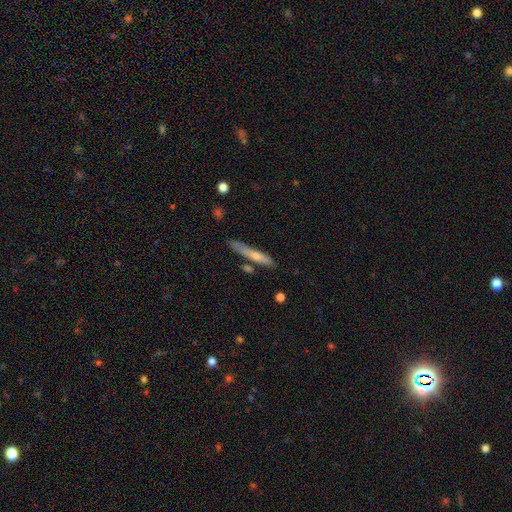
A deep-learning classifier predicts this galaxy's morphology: Smooth or featured: smooth — 54% (featured or disk — 39%)
How rounded: cigar-shaped — 93% (in between — 5%)
Merging: none — 74% (minor disturbance — 16%)